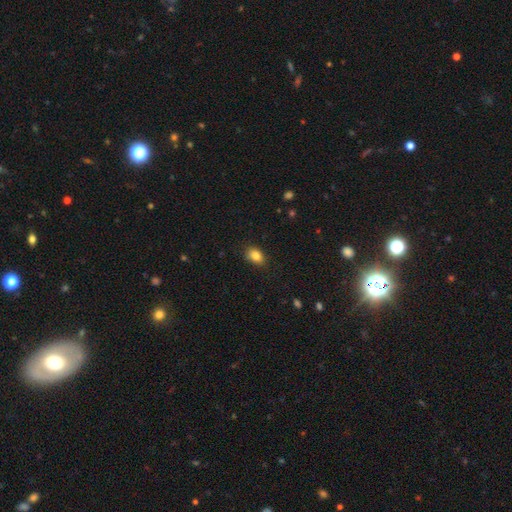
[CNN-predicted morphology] The model was most divided on "how rounded": in between: 75%, round: 24%, cigar-shaped: 1%. More confident: smooth or featured — smooth (85%); merging — none (84%).